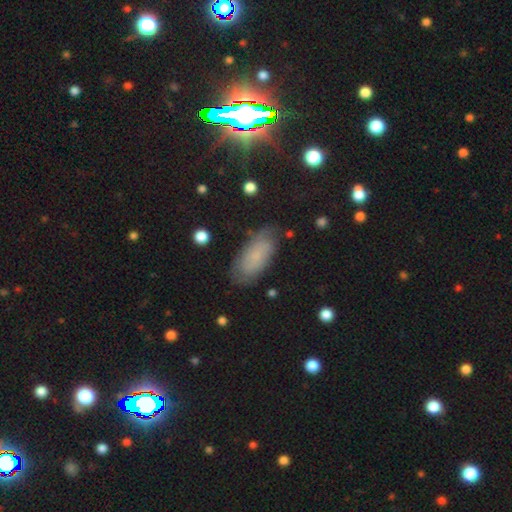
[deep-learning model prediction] Smooth or featured?
  - smooth: 61% *
  - featured or disk: 25%
  - star or artifact: 13%
How rounded?
  - in between: 87% *
  - cigar-shaped: 11%
  - round: 3%
Merging?
  - none: 75% *
  - minor disturbance: 18%
  - major disturbance: 5%
  - merger: 2%